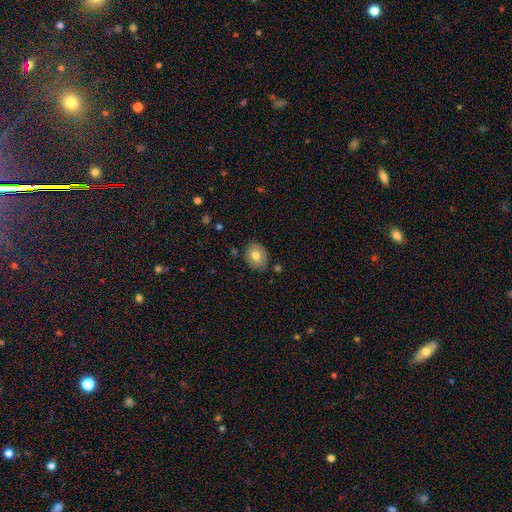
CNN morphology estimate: Smooth or featured? Predicted: smooth (p=0.76). How rounded? Predicted: round (p=0.55). Merging? Predicted: none (p=0.79).